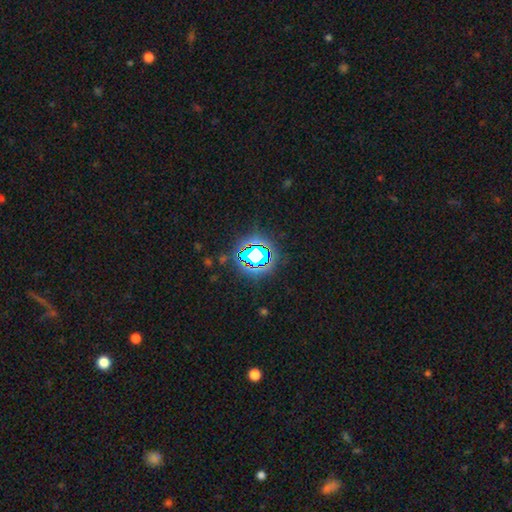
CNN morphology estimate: Q: Smooth or featured?
A: star or artifact (69%); runner-up: smooth (18%)